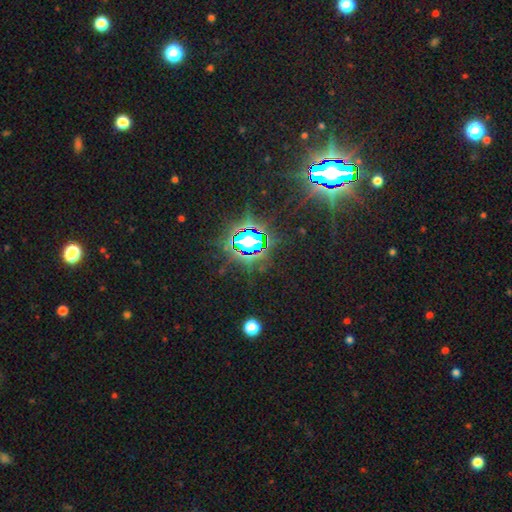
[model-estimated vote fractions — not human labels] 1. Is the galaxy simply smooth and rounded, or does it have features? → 84% star or artifact, 9% smooth, 7% featured or disk.